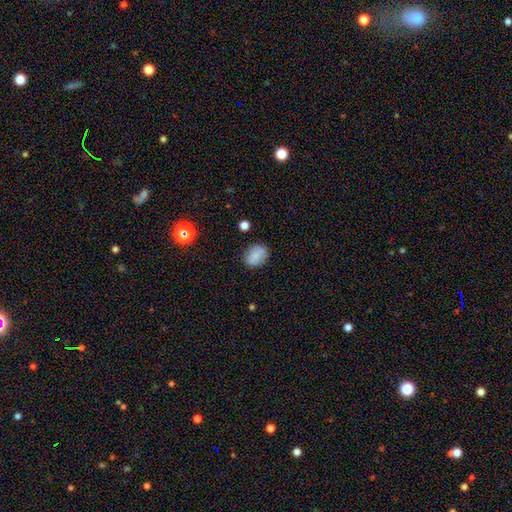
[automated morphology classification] A smooth galaxy with no disk features (82%) that is in between round and cigar-shaped (60%). Merging: none (80%).